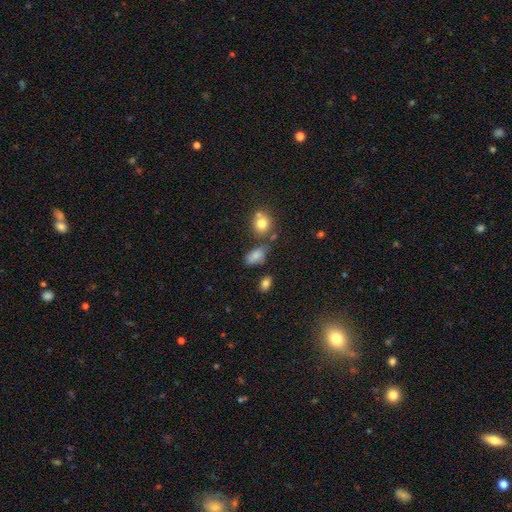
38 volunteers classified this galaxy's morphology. smooth_or_featured: smooth (p=0.79) [alt: featured or disk p=0.16]
how_rounded: in between (p=0.87) [alt: cigar-shaped p=0.10]
merging: none (p=0.56) [alt: minor disturbance p=0.31]